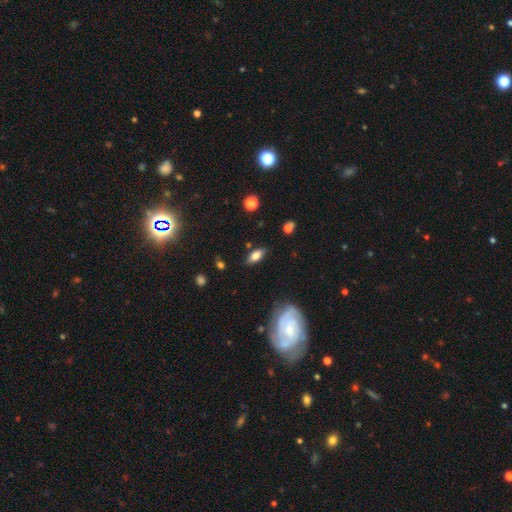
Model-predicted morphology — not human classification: Smooth or featured? Predicted: smooth (p=0.73). How rounded? Predicted: in between (p=0.83). Merging? Predicted: none (p=0.81).